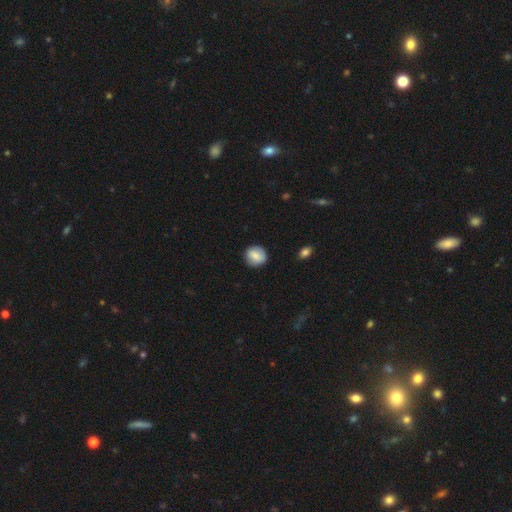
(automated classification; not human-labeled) Smooth or featured? Predicted: smooth (p=0.77). How rounded? Predicted: round (p=0.87). Merging? Predicted: none (p=0.85).